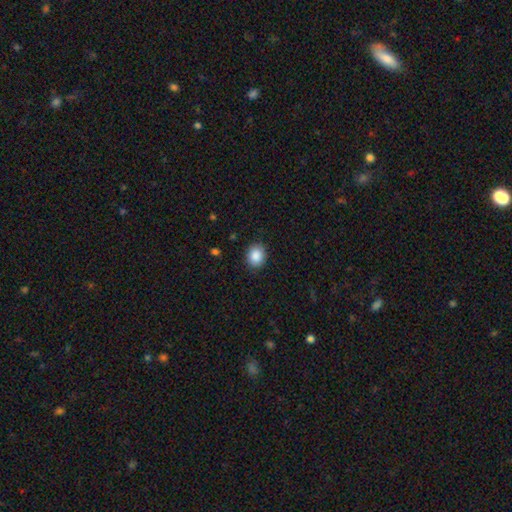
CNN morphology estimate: Smooth or featured? smooth (88%)
How rounded? round (61%)
Merging? none (89%)